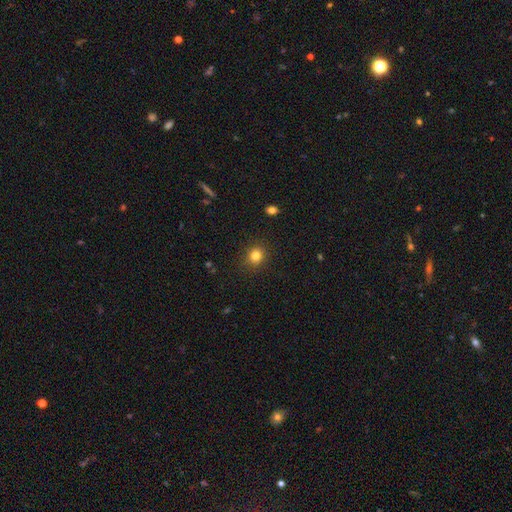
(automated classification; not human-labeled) This is clearly a smooth galaxy (81%). How rounded: clearly round (83%). Merging: clearly none (89%).